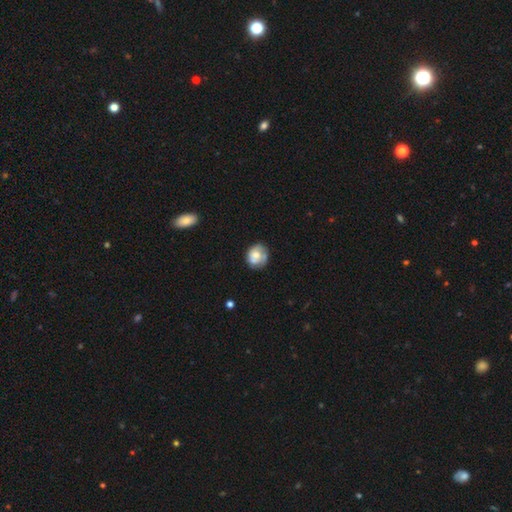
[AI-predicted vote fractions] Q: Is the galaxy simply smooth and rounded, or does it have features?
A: smooth — 54%.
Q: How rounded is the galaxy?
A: round — 69%.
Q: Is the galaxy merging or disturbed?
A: none — 58%.